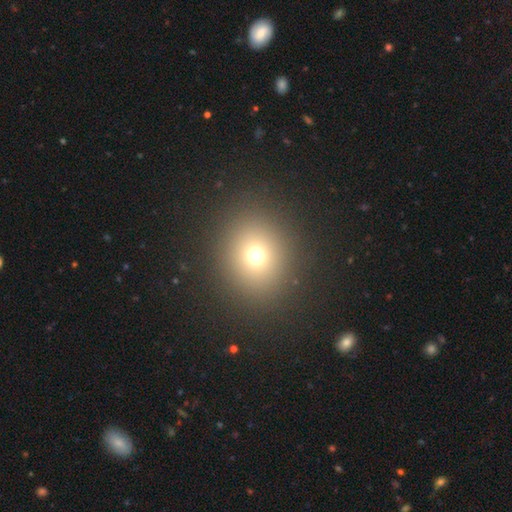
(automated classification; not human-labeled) This appears to be a smooth galaxy with no disk features (70%) that is round (76%). Merging: none (89%).